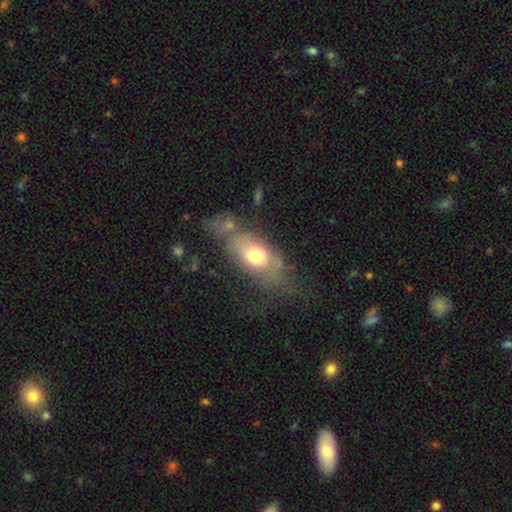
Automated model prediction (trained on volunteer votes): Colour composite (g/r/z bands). It shows a smooth galaxy with no disk features (63%) that is in between round and cigar-shaped (81%). Merging: none (39%).